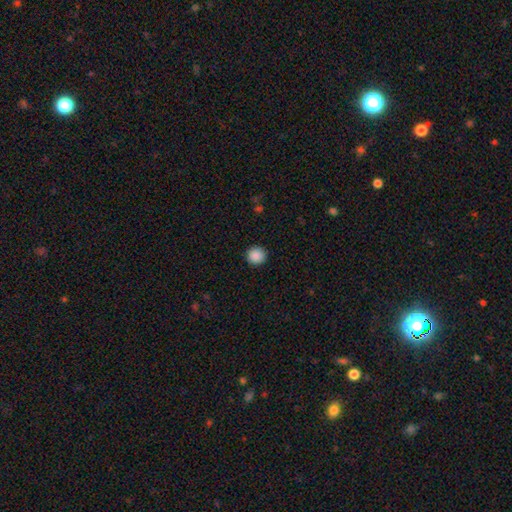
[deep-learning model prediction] A smooth galaxy with no disk features (89%) that is round (95%). Merging: none (93%).